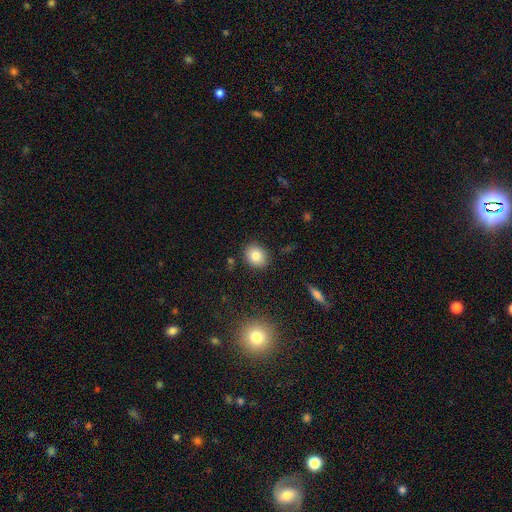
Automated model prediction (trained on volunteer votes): Smooth or featured? smooth (82%)
How rounded? round (54%)
Merging? none (87%)